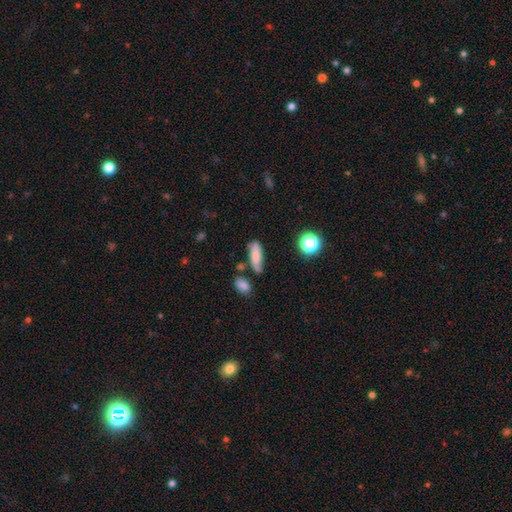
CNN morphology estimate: Smooth or featured?
  - smooth: 71% *
  - featured or disk: 18%
  - star or artifact: 10%
How rounded?
  - in between: 59% *
  - cigar-shaped: 36%
  - round: 5%
Merging?
  - none: 59% *
  - minor disturbance: 23%
  - merger: 10%
  - major disturbance: 7%